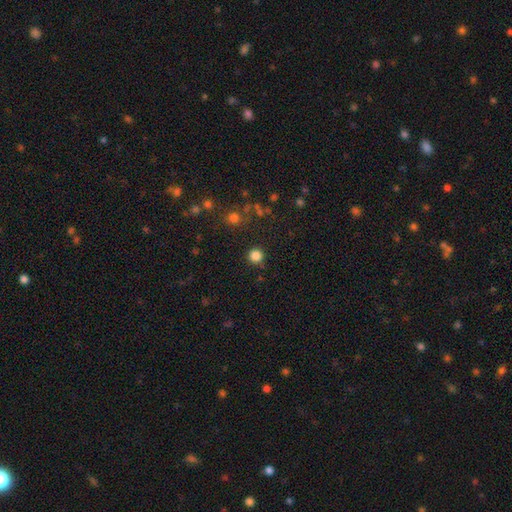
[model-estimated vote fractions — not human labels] This appears to be a smooth galaxy with no disk features (84%) that is round (94%). Merging: none (89%).